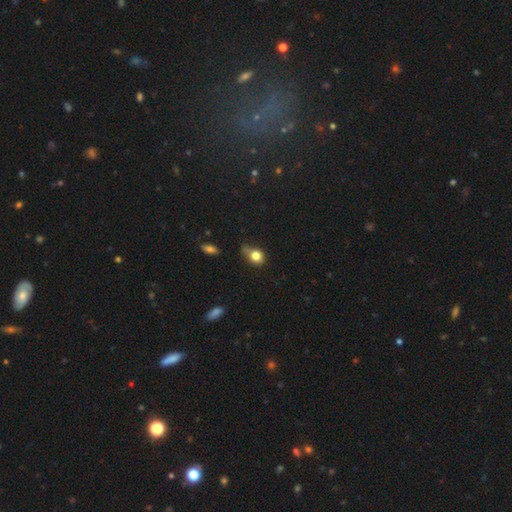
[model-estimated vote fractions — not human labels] Morphology: type=smooth (78%); roundness=round (53%); merging=none (39%).